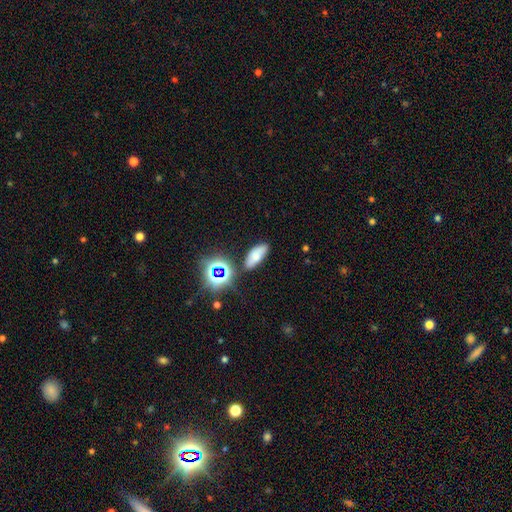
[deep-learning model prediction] smooth-or-featured: smooth: 62% | star or artifact: 20% | featured or disk: 18%
  how-rounded: in between: 81% | cigar-shaped: 12% | round: 6%
  merging: none: 72% | minor disturbance: 16% | merger: 7% | major disturbance: 5%